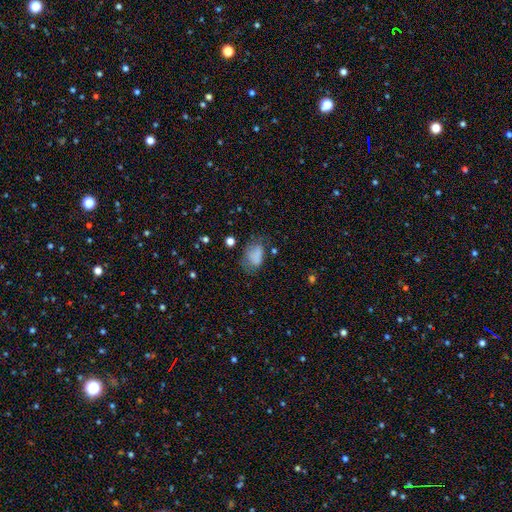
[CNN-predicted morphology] Smooth or featured?
  - smooth: 73% *
  - featured or disk: 15%
  - star or artifact: 12%
How rounded?
  - in between: 84% *
  - round: 14%
  - cigar-shaped: 2%
Merging?
  - none: 42% *
  - minor disturbance: 31%
  - major disturbance: 23%
  - merger: 4%